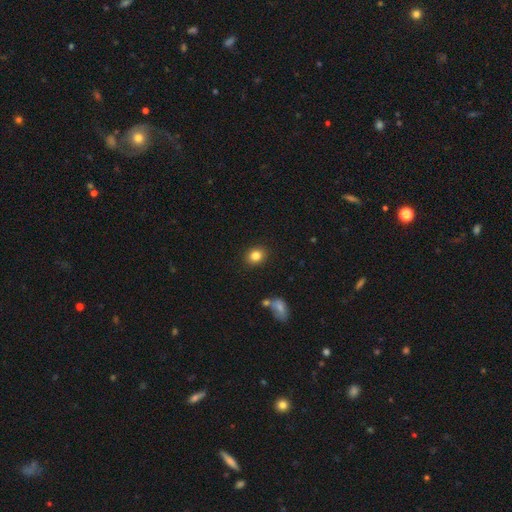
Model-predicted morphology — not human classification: Overall: smooth (84%). How rounded: round (60%; in between 39%). Merging: none (87%).